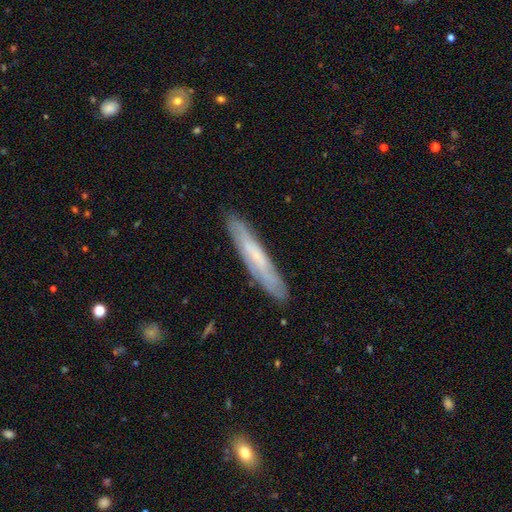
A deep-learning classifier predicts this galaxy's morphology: This is possibly a featured or disk galaxy (50%). Merging: clearly none (86%).